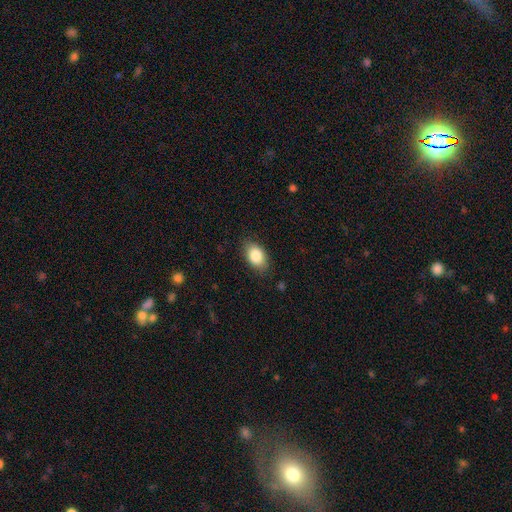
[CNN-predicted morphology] Smooth or featured: smooth — 86% (star or artifact — 7%)
How rounded: in between — 89% (round — 10%)
Merging: none — 84% (minor disturbance — 12%)